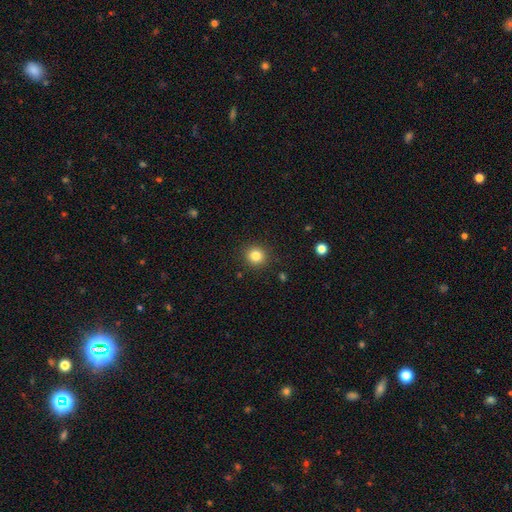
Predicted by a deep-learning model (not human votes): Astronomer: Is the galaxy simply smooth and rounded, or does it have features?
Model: smooth — 83%.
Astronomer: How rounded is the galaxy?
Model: round — 91%.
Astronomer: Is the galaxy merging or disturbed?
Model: none — 91%.